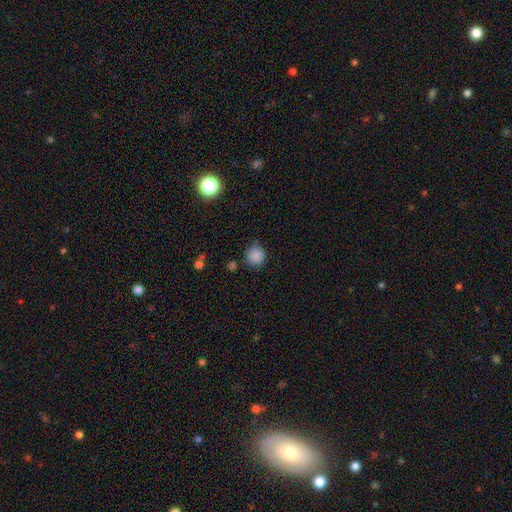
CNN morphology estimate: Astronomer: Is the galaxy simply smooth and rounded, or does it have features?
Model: smooth — 86%.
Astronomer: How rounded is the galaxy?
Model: round — 93%.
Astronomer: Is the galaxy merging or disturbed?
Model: none — 81%.